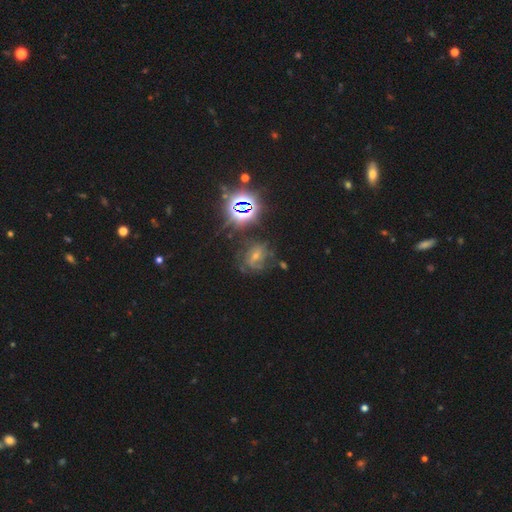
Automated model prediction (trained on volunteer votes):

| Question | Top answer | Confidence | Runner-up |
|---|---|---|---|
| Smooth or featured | featured or disk | 48% | star or artifact (32%) |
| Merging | none | 57% | minor disturbance (21%) |